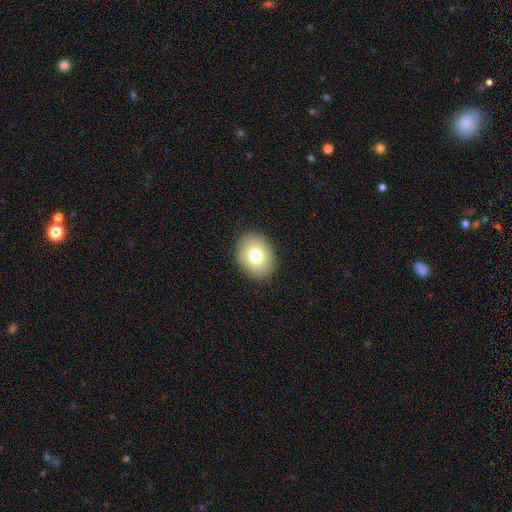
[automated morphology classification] Smooth or featured?
  - smooth: 76% *
  - featured or disk: 14%
  - star or artifact: 9%
How rounded?
  - in between: 60% *
  - round: 40%
  - cigar-shaped: 1%
Merging?
  - none: 88% *
  - minor disturbance: 8%
  - major disturbance: 2%
  - merger: 1%